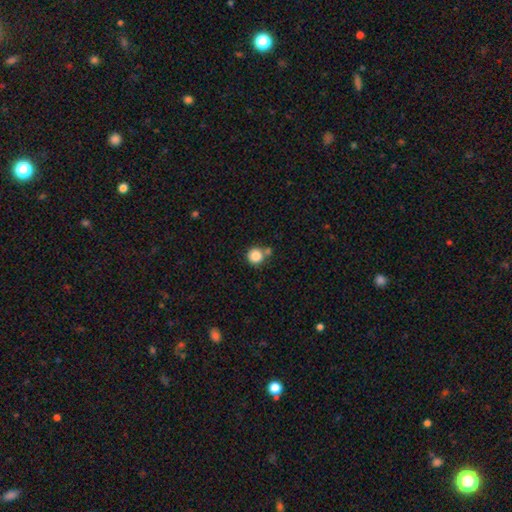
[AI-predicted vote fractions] smooth 86%, star or artifact 10%, featured or disk 5%. Down the decision tree: how rounded — round (94%); merging — none (65%).